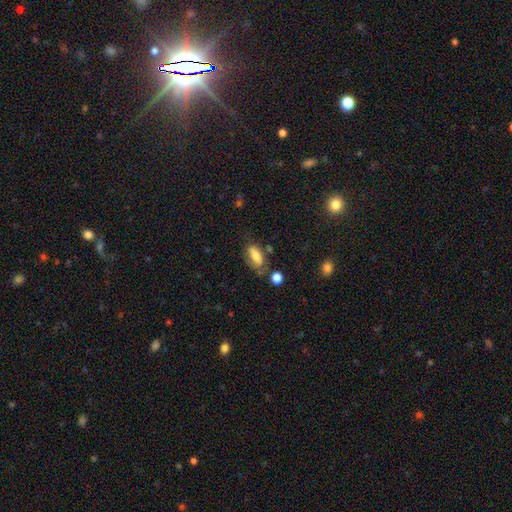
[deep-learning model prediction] Overall: smooth (68%). How rounded: in between (83%). Merging: none (55%; minor disturbance 26%).